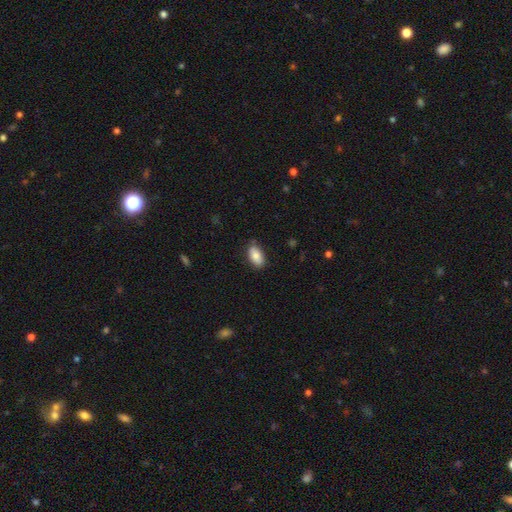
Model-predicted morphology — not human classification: Smooth or featured?
  - smooth: 83% *
  - featured or disk: 10%
  - star or artifact: 7%
How rounded?
  - in between: 93% *
  - round: 4%
  - cigar-shaped: 3%
Merging?
  - none: 80% *
  - minor disturbance: 16%
  - major disturbance: 3%
  - merger: 2%